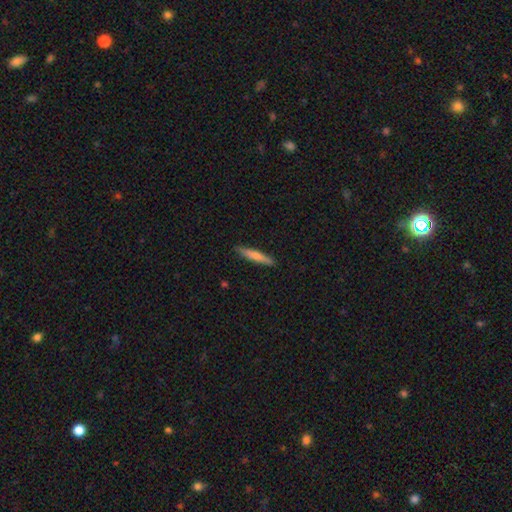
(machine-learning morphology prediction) This appears to be a smooth galaxy with no disk features (72%) that is cigar-shaped (92%). Merging: none (90%).